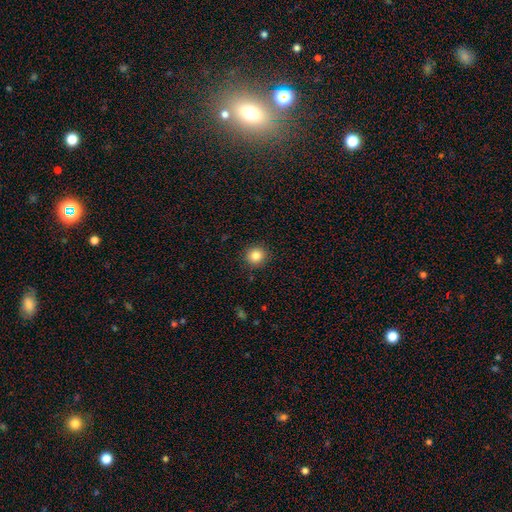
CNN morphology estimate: Smooth or featured?
  - smooth: 84% *
  - star or artifact: 11%
  - featured or disk: 5%
How rounded?
  - round: 90% *
  - in between: 9%
  - cigar-shaped: 1%
Merging?
  - none: 91% *
  - minor disturbance: 6%
  - major disturbance: 2%
  - merger: 1%